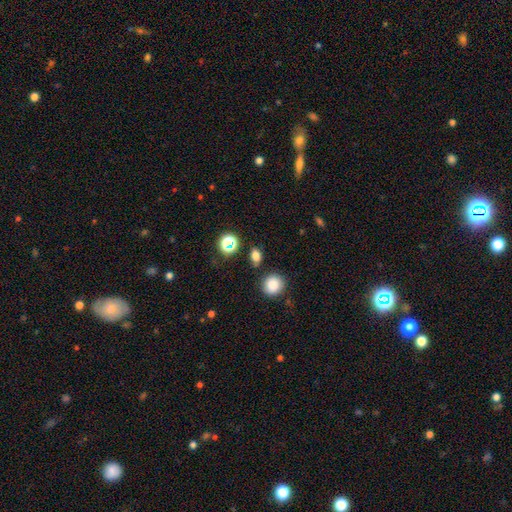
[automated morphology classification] Smooth or featured: smooth — 73% (star or artifact — 20%)
How rounded: in between — 55% (round — 42%)
Merging: none — 78% (minor disturbance — 11%)